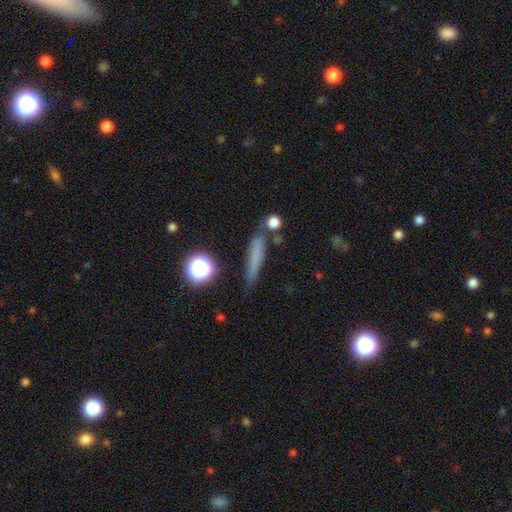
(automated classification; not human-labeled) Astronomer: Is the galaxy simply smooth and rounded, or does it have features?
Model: smooth — 65%.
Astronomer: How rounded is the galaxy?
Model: cigar-shaped — 85%.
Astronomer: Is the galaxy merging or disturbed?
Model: none — 76%.